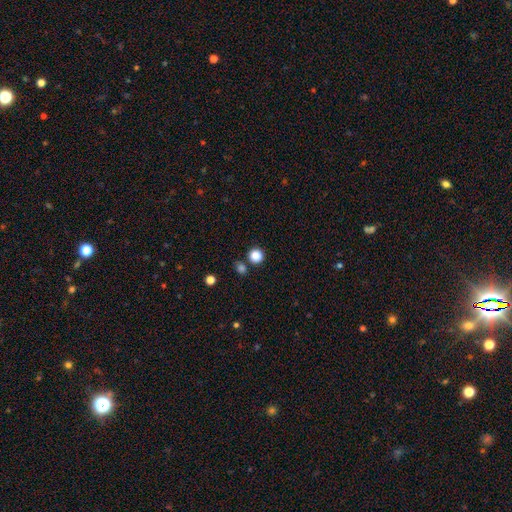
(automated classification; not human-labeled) Overall: smooth (86%). How rounded: round (93%). Merging: none (82%).